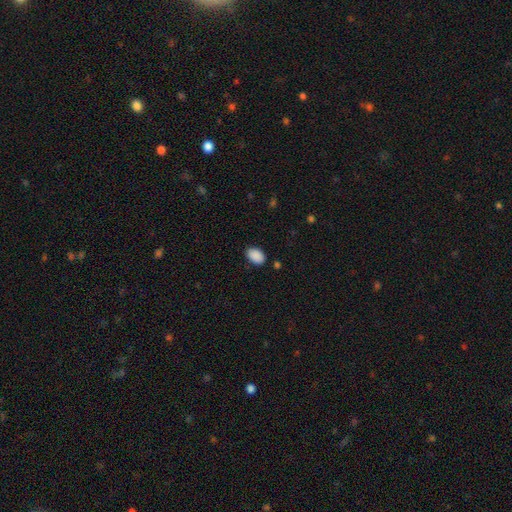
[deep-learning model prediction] This is clearly a smooth galaxy (90%). How rounded: clearly in between (88%). Merging: clearly none (85%).